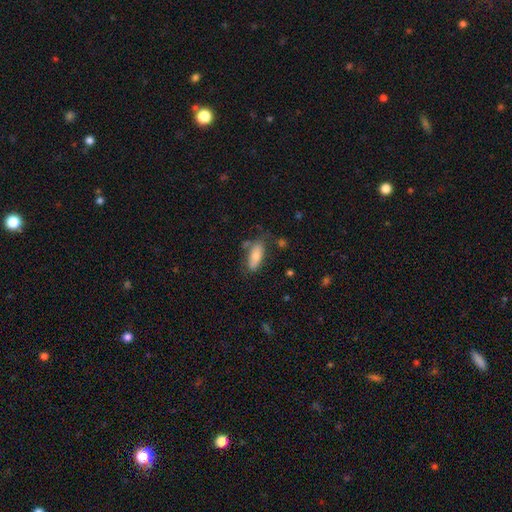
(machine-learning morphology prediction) This appears to be a smooth galaxy with no disk features (71%) that is in between round and cigar-shaped (75%). Merging: none (66%).